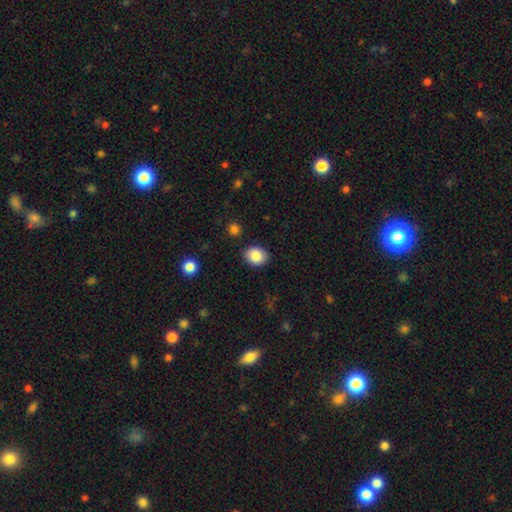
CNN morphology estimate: smooth 87%, star or artifact 8%, featured or disk 6%. Down the decision tree: how rounded — round (52%); merging — none (87%).